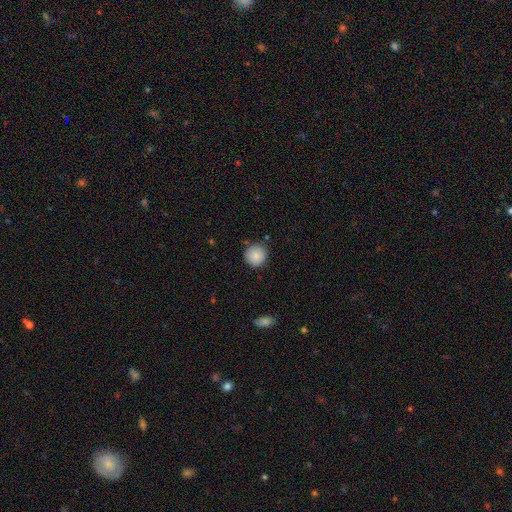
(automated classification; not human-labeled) This is clearly a smooth galaxy (86%). How rounded: clearly round (93%). Merging: clearly none (85%).